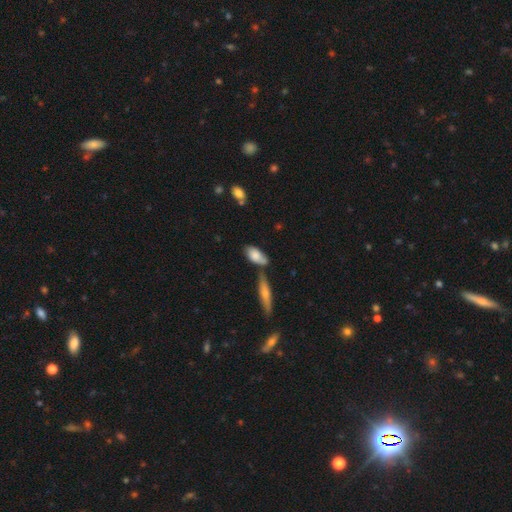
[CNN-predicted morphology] A smooth galaxy with no disk features (73%) that is in between round and cigar-shaped (85%). Merging: none (49%).